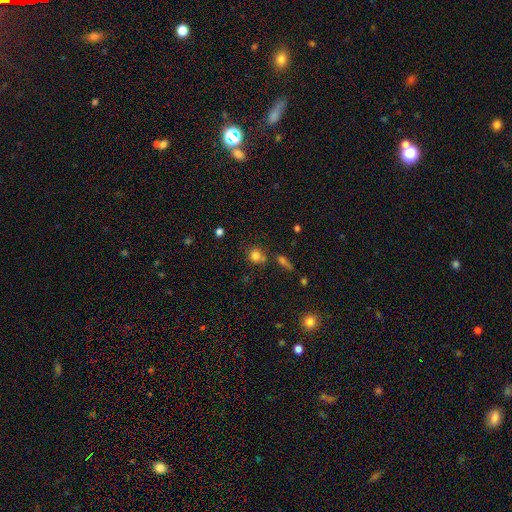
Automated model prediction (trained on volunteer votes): Smooth or featured: smooth — 79% (star or artifact — 13%)
How rounded: round — 85% (in between — 14%)
Merging: none — 62% (merger — 21%)